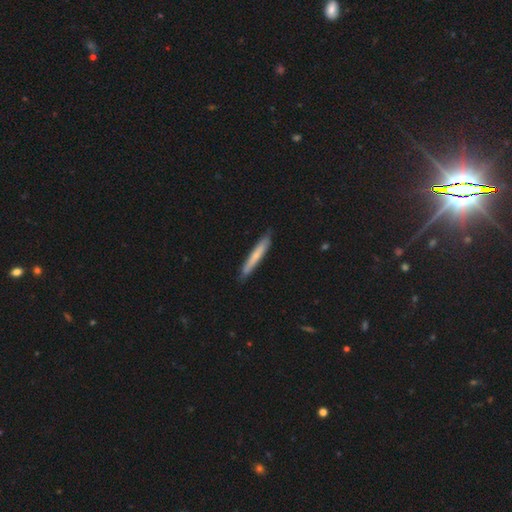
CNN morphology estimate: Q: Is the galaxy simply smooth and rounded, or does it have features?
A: smooth — 68%.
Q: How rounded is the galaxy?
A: cigar-shaped — 95%.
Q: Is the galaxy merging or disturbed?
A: none — 84%.